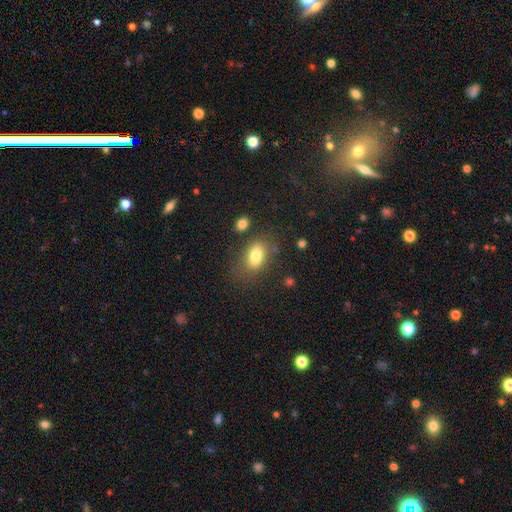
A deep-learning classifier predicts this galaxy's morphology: Smooth or featured?
  - smooth: 80% *
  - featured or disk: 11%
  - star or artifact: 9%
How rounded?
  - in between: 86% *
  - round: 12%
  - cigar-shaped: 3%
Merging?
  - none: 68% *
  - minor disturbance: 18%
  - major disturbance: 8%
  - merger: 6%